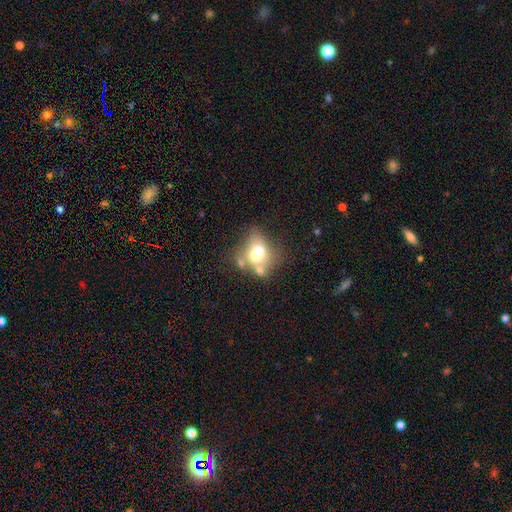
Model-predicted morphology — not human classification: This appears to be a smooth galaxy with no disk features (53%) that is round (51%). Merging: merger (60%).